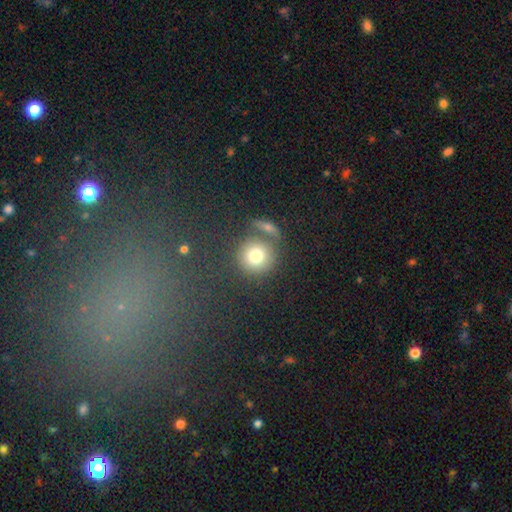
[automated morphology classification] A smooth galaxy with no disk features (78%) that is round (90%). Merging: none (62%).